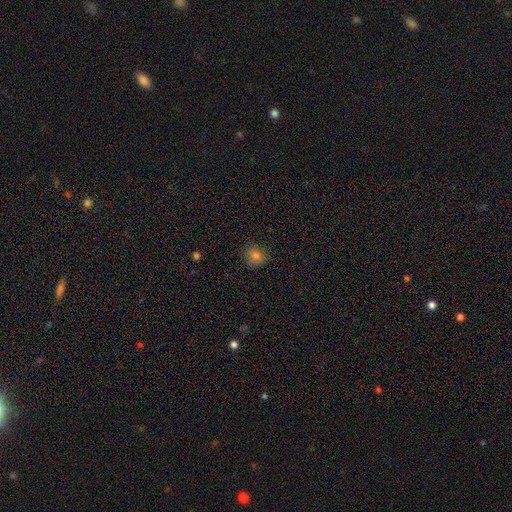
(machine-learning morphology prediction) Q: Smooth or featured?
A: smooth (78%); runner-up: star or artifact (15%)
Q: How rounded?
A: round (76%); runner-up: in between (23%)
Q: Merging?
A: none (84%); runner-up: minor disturbance (12%)